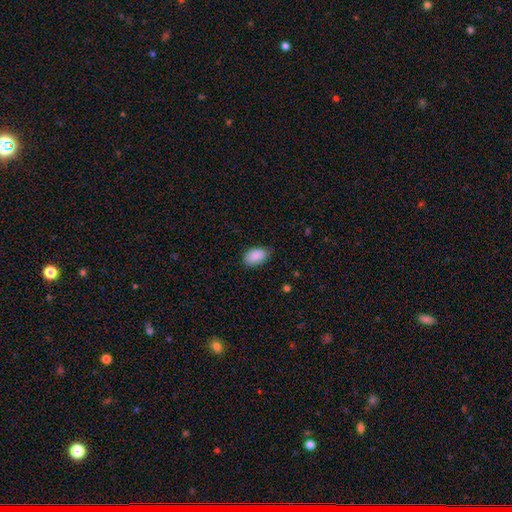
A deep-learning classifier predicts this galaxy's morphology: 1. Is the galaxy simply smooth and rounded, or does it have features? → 90% smooth, 7% star or artifact, 4% featured or disk.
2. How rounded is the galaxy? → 92% in between, 6% round, 1% cigar-shaped.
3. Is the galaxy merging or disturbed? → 75% none, 21% minor disturbance, 3% major disturbance, 1% merger.